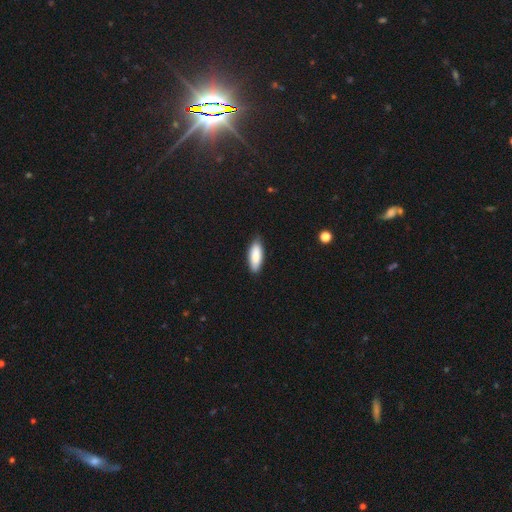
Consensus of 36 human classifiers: Overall: smooth (94%). How rounded: in between (68%; cigar-shaped 32%). Merging: none (97%).